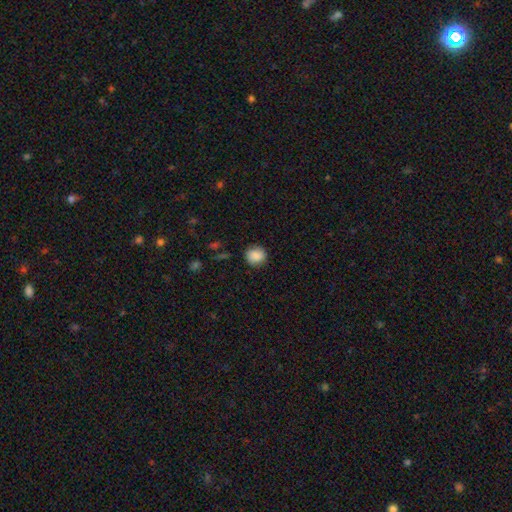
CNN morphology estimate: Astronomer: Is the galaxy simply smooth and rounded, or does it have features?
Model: smooth — 87%.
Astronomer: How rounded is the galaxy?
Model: round — 85%.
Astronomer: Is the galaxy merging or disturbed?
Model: none — 86%.